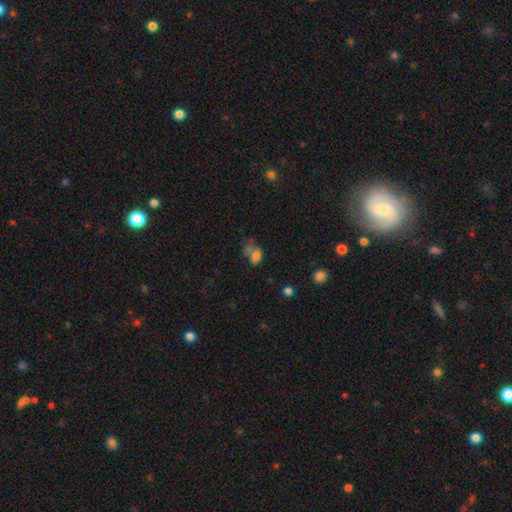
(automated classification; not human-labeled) Smooth or featured? Predicted: smooth (p=0.70). How rounded? Predicted: in between (p=0.81). Merging? Predicted: major disturbance (p=0.29).